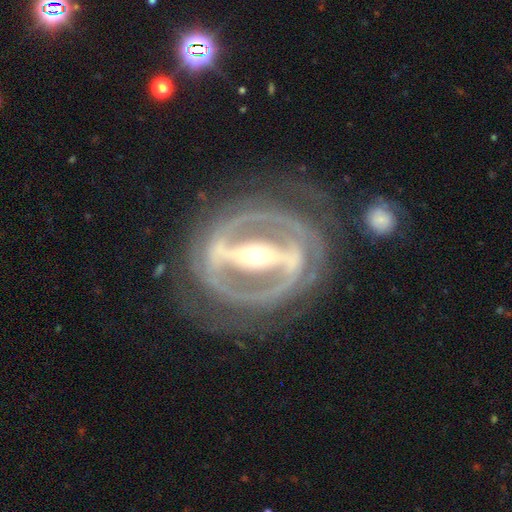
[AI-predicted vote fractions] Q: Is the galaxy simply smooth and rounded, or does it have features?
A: featured or disk — 90%.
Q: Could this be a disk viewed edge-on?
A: no — 91%.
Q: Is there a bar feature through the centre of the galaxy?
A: strong — 86%.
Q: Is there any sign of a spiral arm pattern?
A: yes — 76%.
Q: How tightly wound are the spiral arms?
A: tight — 60%.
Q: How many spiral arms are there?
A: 2 — 68%.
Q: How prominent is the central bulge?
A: small — 47%.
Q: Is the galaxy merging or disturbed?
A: none — 74%.